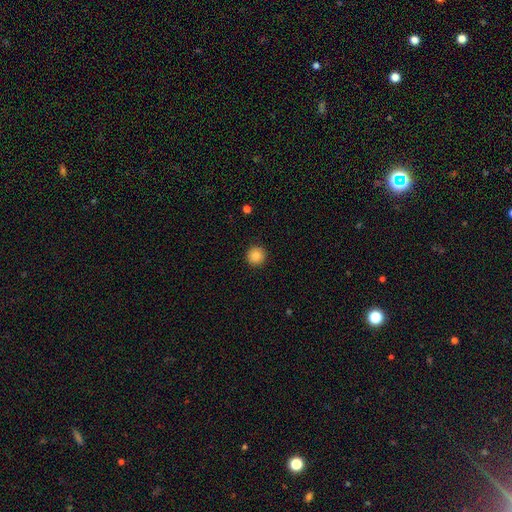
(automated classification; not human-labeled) A smooth galaxy with no disk features (86%) that is round (96%).

Vote fractions:
- Smooth or featured? smooth: 86% / star or artifact: 10% / featured or disk: 4%
- How rounded? round: 96% / in between: 3% / cigar-shaped: 1%
- Merging? none: 93% / minor disturbance: 5% / major disturbance: 2% / merger: 1%